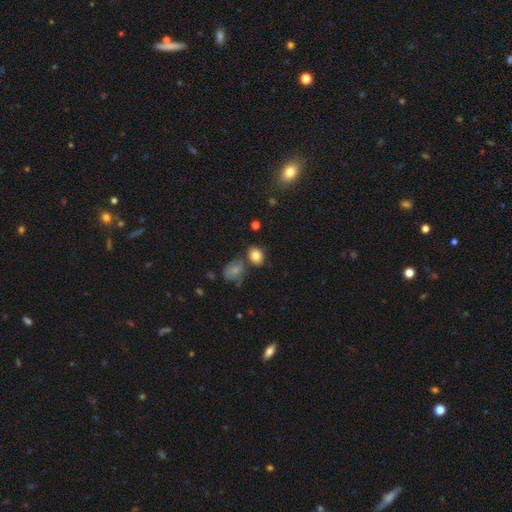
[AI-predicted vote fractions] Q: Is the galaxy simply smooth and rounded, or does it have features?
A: smooth — 82%.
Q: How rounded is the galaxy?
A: in between — 52%.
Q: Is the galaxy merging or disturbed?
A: none — 69%.